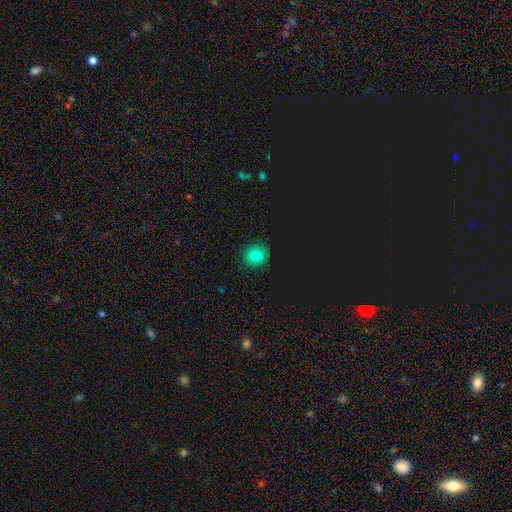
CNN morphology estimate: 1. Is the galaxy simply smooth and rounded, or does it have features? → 77% smooth, 17% star or artifact, 7% featured or disk.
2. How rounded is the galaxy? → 83% round, 16% in between, 1% cigar-shaped.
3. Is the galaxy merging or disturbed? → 88% none, 9% minor disturbance, 2% major disturbance, 1% merger.